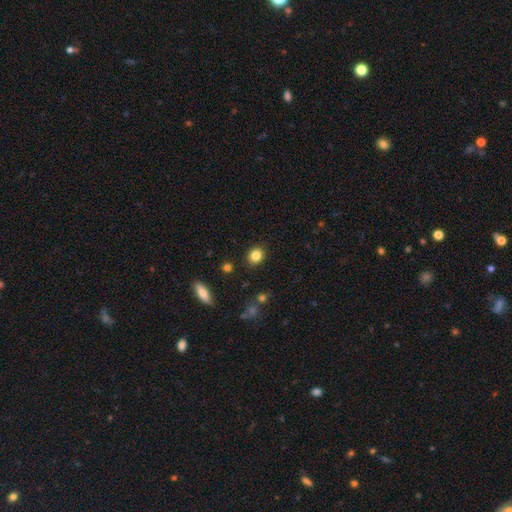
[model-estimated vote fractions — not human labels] smooth 83%, star or artifact 11%, featured or disk 6%. Down the decision tree: how rounded — round (70%); merging — none (89%).